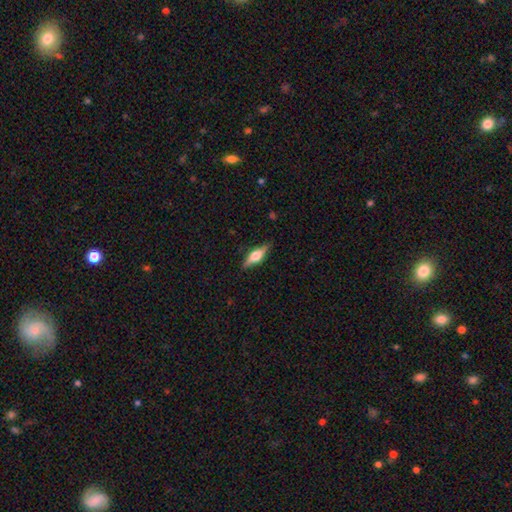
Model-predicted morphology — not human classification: smooth_or_featured: featured or disk (p=0.58) [alt: smooth p=0.36]
disk_edge_on: yes (p=0.95) [alt: no p=0.05]
edge_on_bulge: rounded (p=0.91) [alt: boxy p=0.07]
merging: none (p=0.87) [alt: minor disturbance p=0.10]